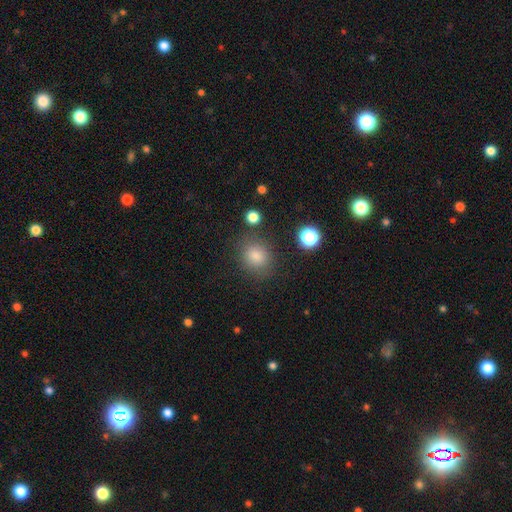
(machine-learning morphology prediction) A smooth galaxy with no disk features (79%) that is round (73%). Merging: none (83%).